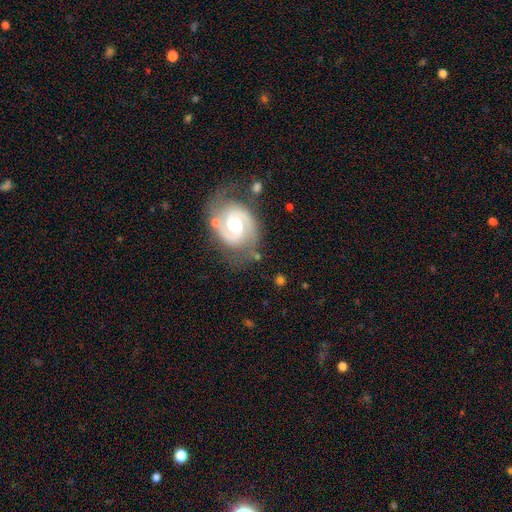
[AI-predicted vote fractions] Q: Smooth or featured?
A: featured or disk (88%); runner-up: smooth (7%)
Q: Edge-on disk?
A: no (98%); runner-up: yes (2%)
Q: Bar?
A: weak (44%); runner-up: no (41%)
Q: Spiral arms?
A: yes (97%); runner-up: no (3%)
Q: Spiral winding?
A: medium (49%); runner-up: tight (43%)
Q: Spiral arm count?
A: 2 (92%); runner-up: can't tell (3%)
Q: Bulge size?
A: moderate (68%); runner-up: small (15%)
Q: Merging?
A: none (71%); runner-up: minor disturbance (18%)